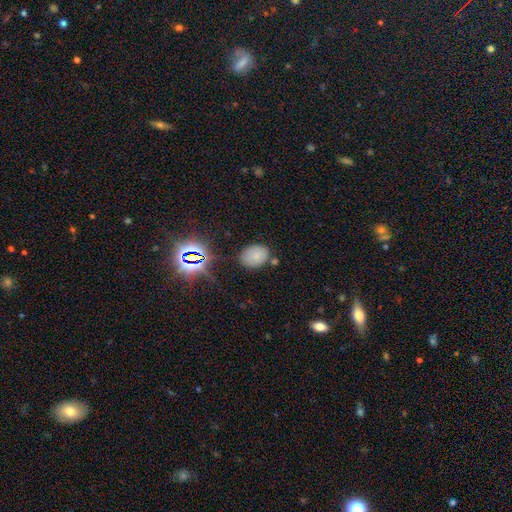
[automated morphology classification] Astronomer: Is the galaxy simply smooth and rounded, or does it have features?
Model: smooth — 74%.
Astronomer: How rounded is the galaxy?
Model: in between — 76%.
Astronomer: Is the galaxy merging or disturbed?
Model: none — 74%.